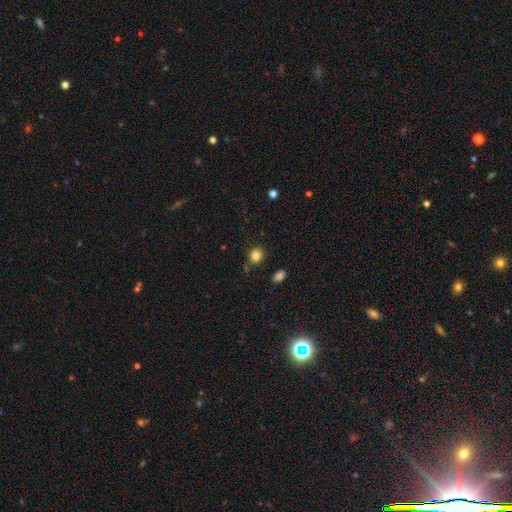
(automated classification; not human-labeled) smooth_or_featured: smooth (p=0.84) [alt: star or artifact p=0.11]
how_rounded: round (p=0.65) [alt: in between p=0.34]
merging: none (p=0.81) [alt: minor disturbance p=0.12]